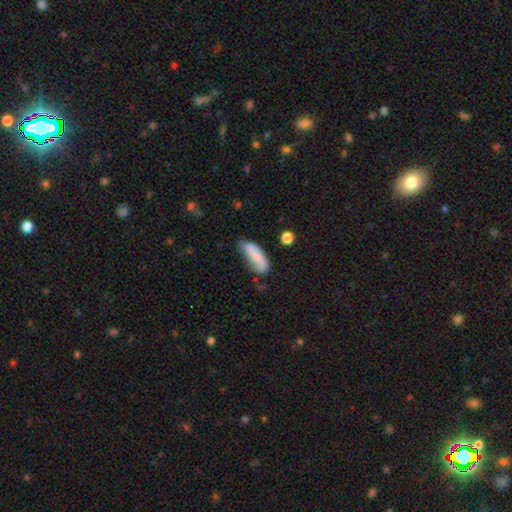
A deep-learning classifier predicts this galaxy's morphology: Smooth or featured? smooth (68%)
How rounded? in between (73%)
Merging? none (50%)